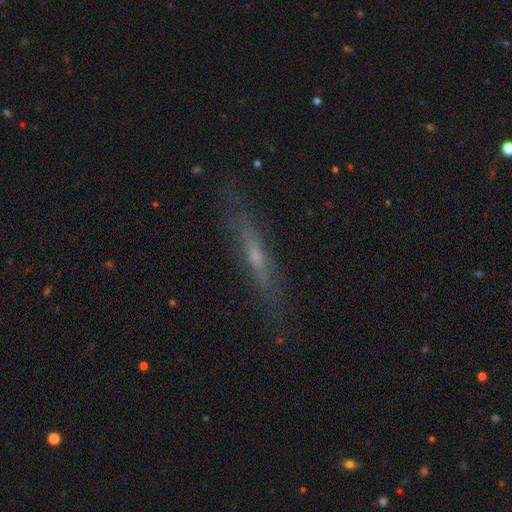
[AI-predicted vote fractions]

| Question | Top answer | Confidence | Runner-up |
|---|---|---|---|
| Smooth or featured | featured or disk | 57% | smooth (34%) |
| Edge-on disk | yes | 86% | no (14%) |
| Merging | none | 80% | minor disturbance (14%) |